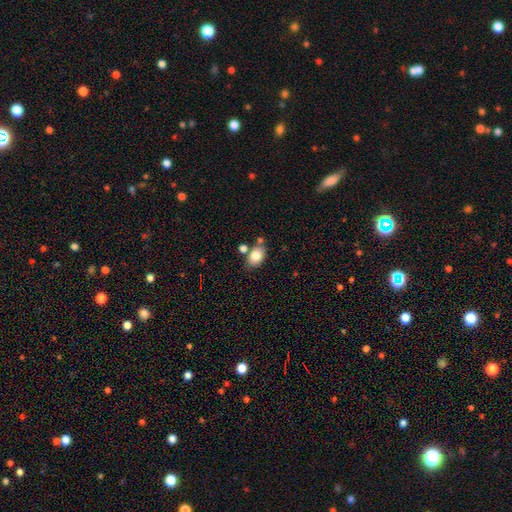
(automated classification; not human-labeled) Smooth or featured? smooth (82%)
How rounded? in between (76%)
Merging? none (65%)